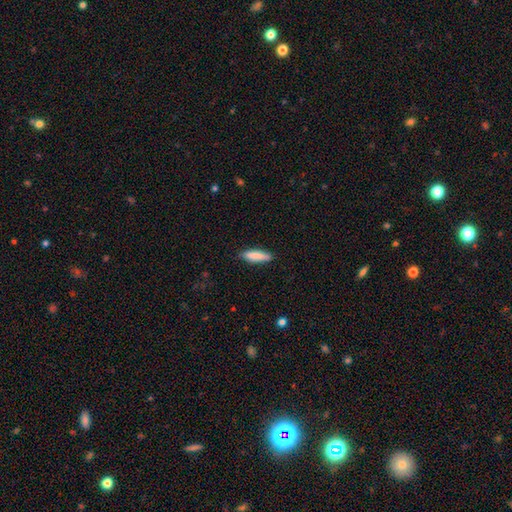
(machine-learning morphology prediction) This is clearly a smooth galaxy (84%). How rounded: likely cigar-shaped (72%). Merging: clearly none (87%).